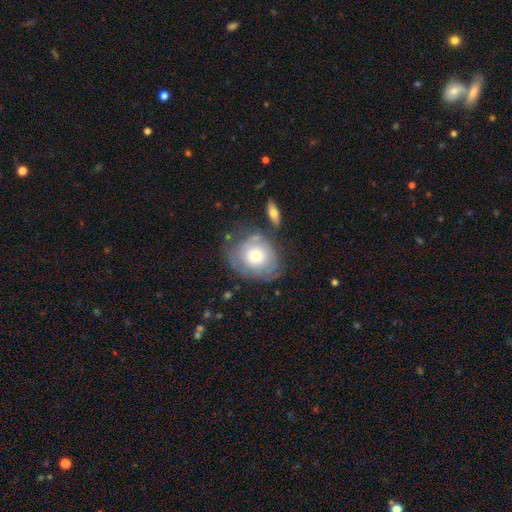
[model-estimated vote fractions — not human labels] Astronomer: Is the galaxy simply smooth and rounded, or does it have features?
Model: smooth — 63%.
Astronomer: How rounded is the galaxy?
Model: round — 62% (runner-up: in between, 37%).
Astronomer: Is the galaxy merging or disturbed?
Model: none — 60%.